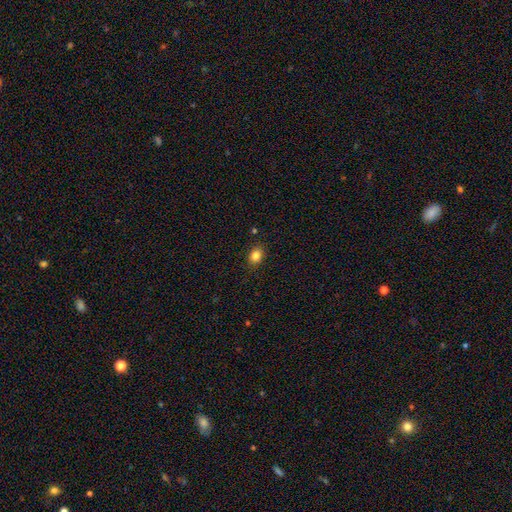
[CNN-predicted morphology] smooth_or_featured: smooth (p=0.83) [alt: star or artifact p=0.11]
how_rounded: in between (p=0.64) [alt: round p=0.35]
merging: none (p=0.87) [alt: minor disturbance p=0.09]